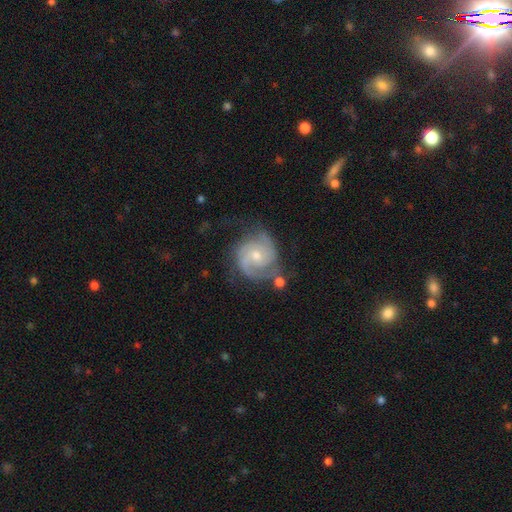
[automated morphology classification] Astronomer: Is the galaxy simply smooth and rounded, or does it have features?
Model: featured or disk — 87%.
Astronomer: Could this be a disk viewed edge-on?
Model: no — 98%.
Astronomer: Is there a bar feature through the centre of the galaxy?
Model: no — 63%.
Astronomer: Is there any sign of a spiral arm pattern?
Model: yes — 97%.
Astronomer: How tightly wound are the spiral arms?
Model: tight — 50% (runner-up: medium, 40%).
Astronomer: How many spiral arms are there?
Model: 2 — 50% (runner-up: 3, 27%).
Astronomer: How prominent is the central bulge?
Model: small — 52% (runner-up: moderate, 44%).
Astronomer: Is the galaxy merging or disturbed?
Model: none — 61%.